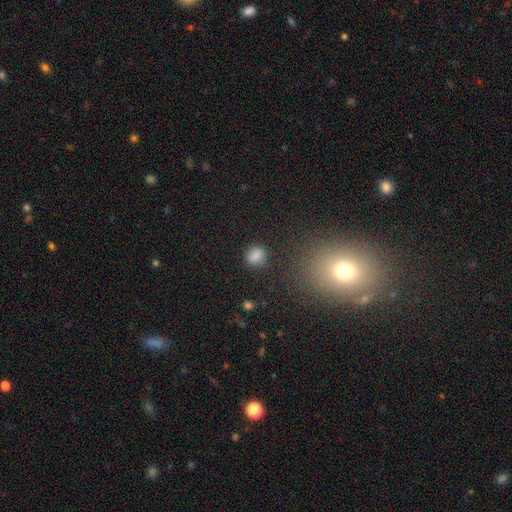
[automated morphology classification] A smooth galaxy with no disk features (83%) that is round (73%).

Vote fractions:
- Smooth or featured? smooth: 83% / star or artifact: 11% / featured or disk: 7%
- How rounded? round: 73% / in between: 25% / cigar-shaped: 1%
- Merging? none: 83% / minor disturbance: 11% / major disturbance: 4% / merger: 2%